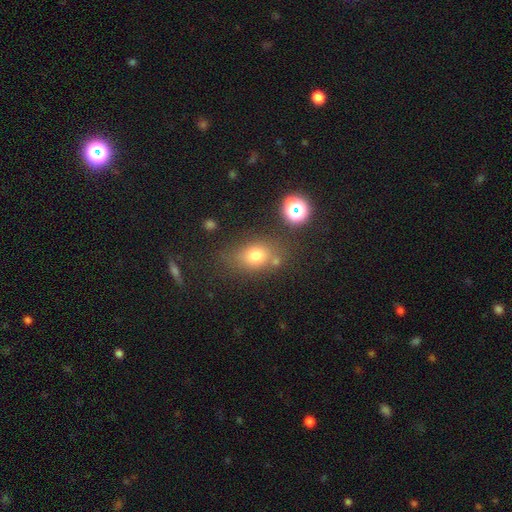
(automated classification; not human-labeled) Overall: smooth (73%). How rounded: in between (57%; round 41%). Merging: none (67%).